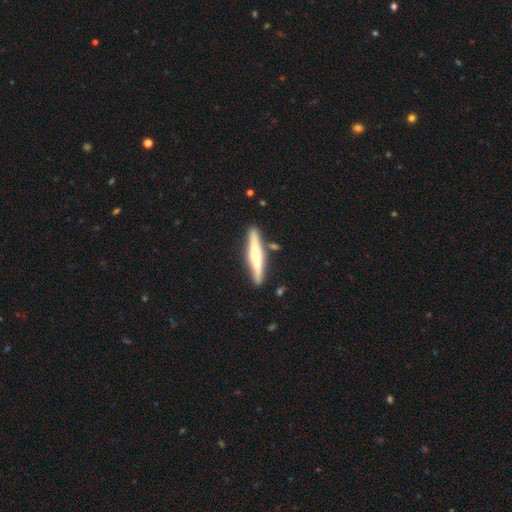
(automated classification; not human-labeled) A featured or disk galaxy (51%) viewed edge-on (94%).

Vote fractions:
- Smooth or featured? featured or disk: 51% / smooth: 43% / star or artifact: 5%
- Edge-on disk? yes: 94% / no: 6%
- Merging? none: 83% / minor disturbance: 11% / merger: 4% / major disturbance: 2%